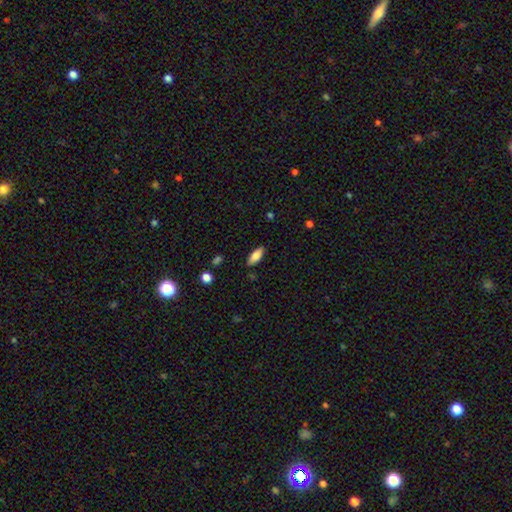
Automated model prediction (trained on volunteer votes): This is likely a smooth galaxy (78%). How rounded: likely in between (79%). Merging: clearly none (85%).